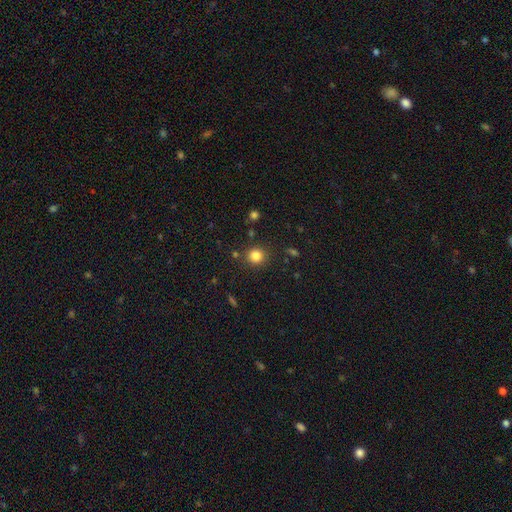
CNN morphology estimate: smooth-or-featured: smooth: 83% | star or artifact: 12% | featured or disk: 5%
  how-rounded: round: 90% | in between: 9% | cigar-shaped: 1%
  merging: none: 86% | minor disturbance: 8% | merger: 3% | major disturbance: 3%